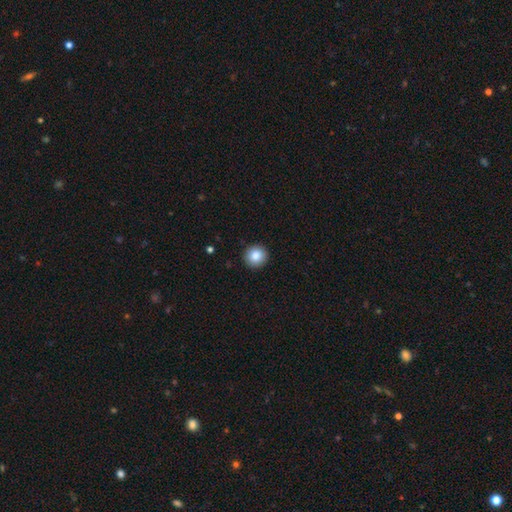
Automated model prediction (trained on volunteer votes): Smooth or featured? smooth (86%)
How rounded? round (92%)
Merging? none (92%)